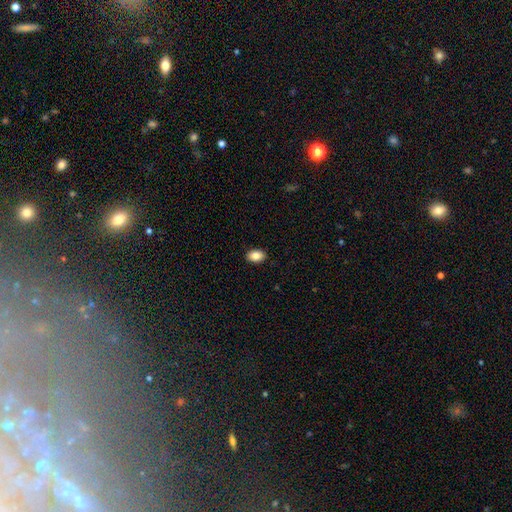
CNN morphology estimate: Overall: smooth (85%). How rounded: in between (85%). Merging: none (90%).